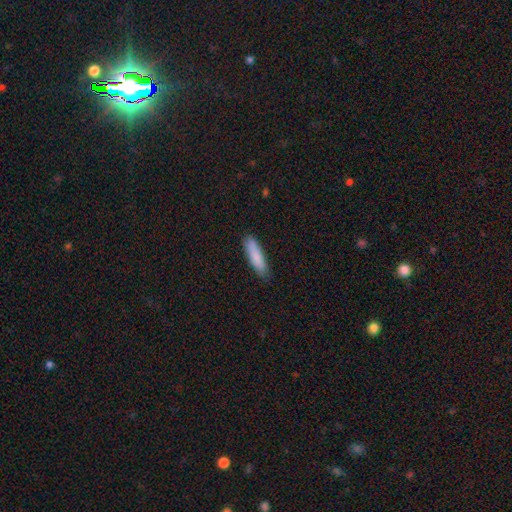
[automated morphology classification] Overall: smooth (86%). How rounded: cigar-shaped (71%). Merging: none (84%).